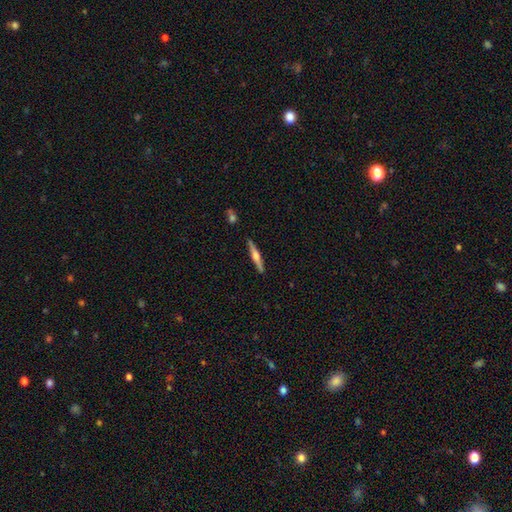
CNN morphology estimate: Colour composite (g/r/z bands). It shows a featured or disk galaxy (59%) viewed edge-on (98%) with a rounded central bulge (83%). Merging: none (90%).